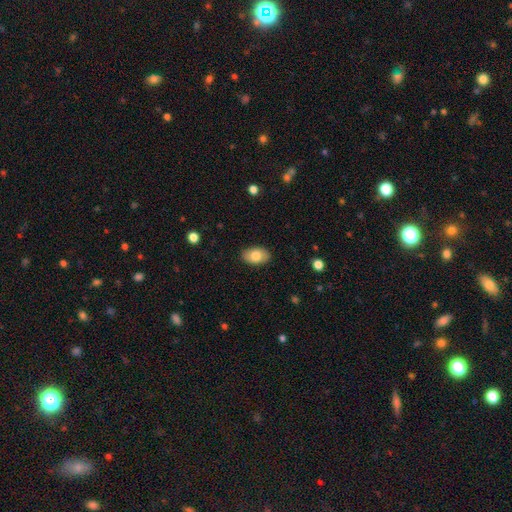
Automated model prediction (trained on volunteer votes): The model was most divided on "smooth or featured": smooth: 81%, featured or disk: 12%, star or artifact: 7%. More confident: how rounded — in between (91%); merging — none (88%).